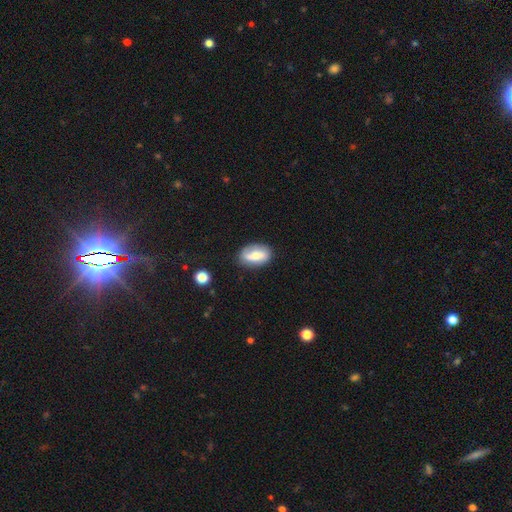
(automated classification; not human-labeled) The model was most divided on "smooth or featured": smooth: 58%, featured or disk: 35%, star or artifact: 7%. More confident: how rounded — in between (87%); merging — none (77%).